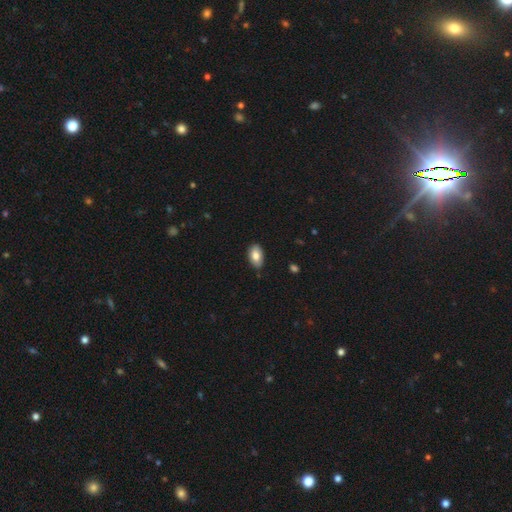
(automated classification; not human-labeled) The model was most divided on "smooth or featured": smooth: 81%, featured or disk: 12%, star or artifact: 7%. More confident: how rounded — in between (93%); merging — none (84%).